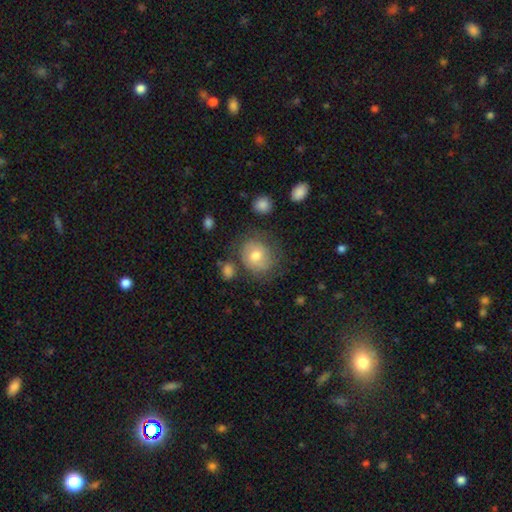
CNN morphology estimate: Smooth or featured: smooth — 66% (featured or disk — 25%)
How rounded: round — 68% (in between — 31%)
Merging: none — 67% (minor disturbance — 20%)